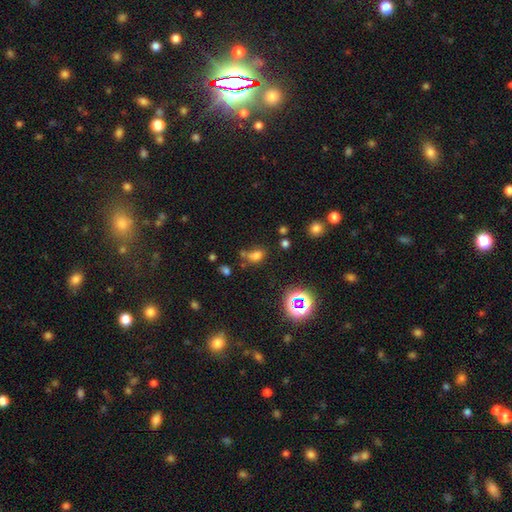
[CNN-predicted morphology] Overall: smooth (66%). How rounded: in between (65%; round 33%). Merging: none (53%; merger 21%).